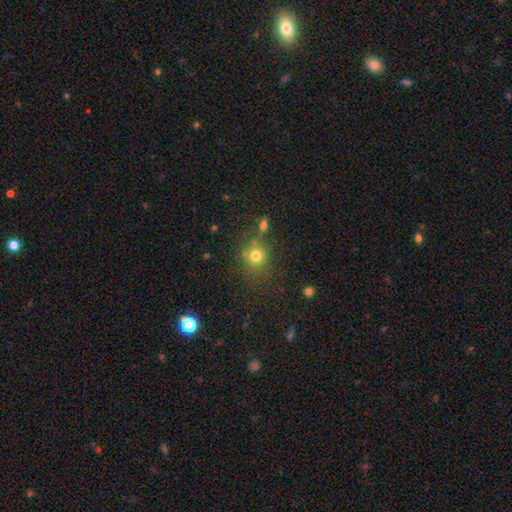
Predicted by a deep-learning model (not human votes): Morphology: type=smooth (75%); roundness=round (85%); merging=none (69%).